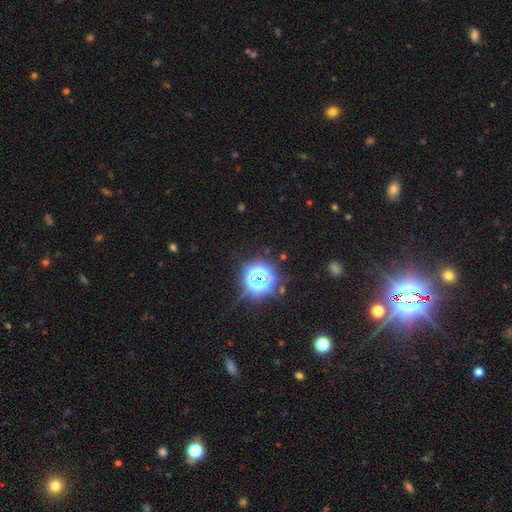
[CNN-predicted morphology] Smooth or featured?
  - star or artifact: 78% *
  - smooth: 15%
  - featured or disk: 7%